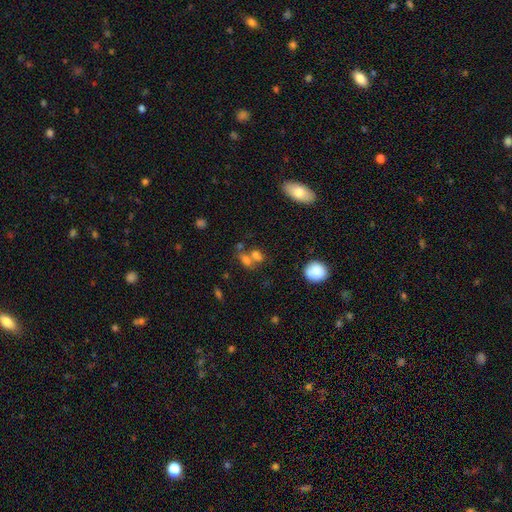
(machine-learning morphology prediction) type=smooth (70%); roundness=in between (65%); merging=merger (48%).